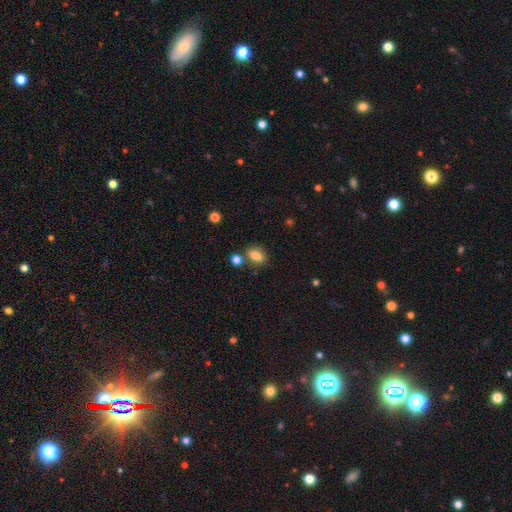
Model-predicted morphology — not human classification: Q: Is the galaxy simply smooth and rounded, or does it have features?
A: smooth — 82%.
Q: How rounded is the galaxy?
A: in between — 82%.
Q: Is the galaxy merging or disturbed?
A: none — 68%.